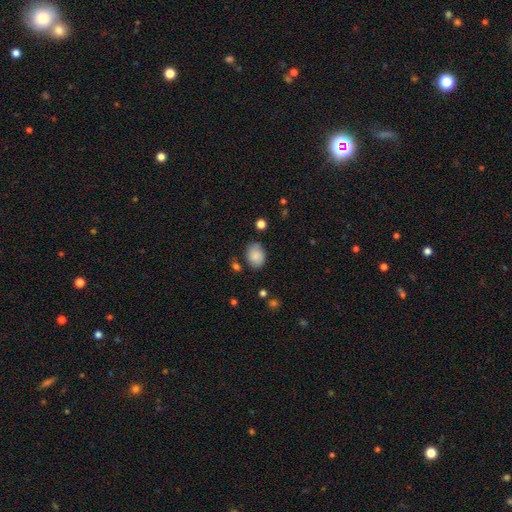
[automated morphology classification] Overall: smooth (86%). How rounded: in between (71%). Merging: none (74%).